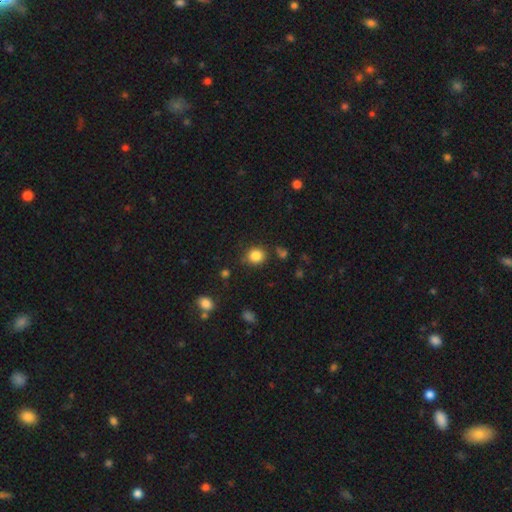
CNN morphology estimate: smooth 84%, star or artifact 11%, featured or disk 5%. Down the decision tree: how rounded — round (81%); merging — none (79%).